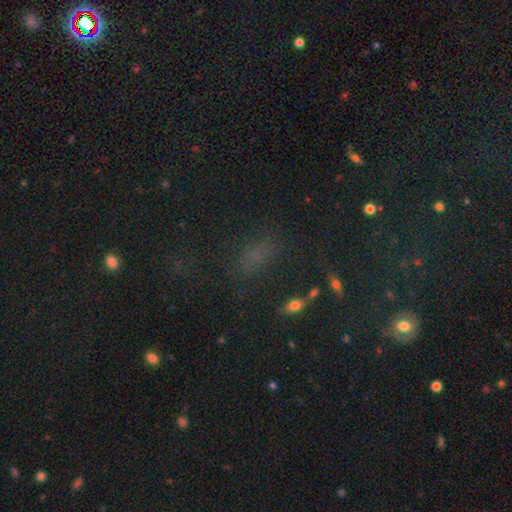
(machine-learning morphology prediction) type=smooth (55%); roundness=in between (72%); merging=none (68%).